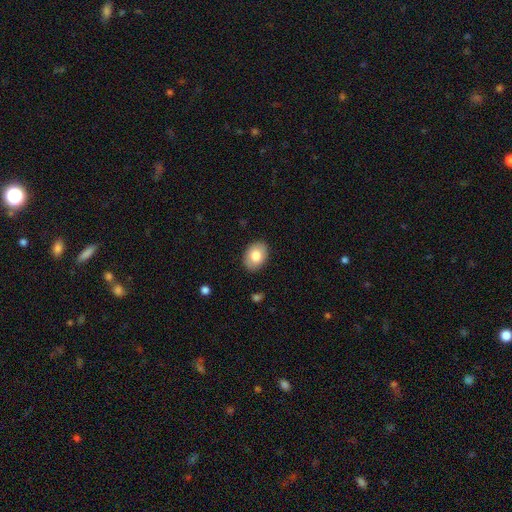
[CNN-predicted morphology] Smooth or featured?
  - smooth: 80% *
  - featured or disk: 13%
  - star or artifact: 7%
How rounded?
  - in between: 77% *
  - round: 22%
  - cigar-shaped: 1%
Merging?
  - none: 88% *
  - minor disturbance: 9%
  - major disturbance: 2%
  - merger: 1%